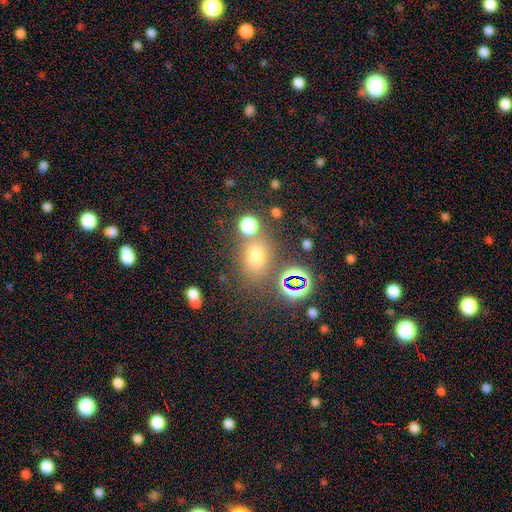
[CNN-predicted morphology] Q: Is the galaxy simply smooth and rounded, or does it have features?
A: smooth — 59%.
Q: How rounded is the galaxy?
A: in between — 50%.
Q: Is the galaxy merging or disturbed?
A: none — 71%.